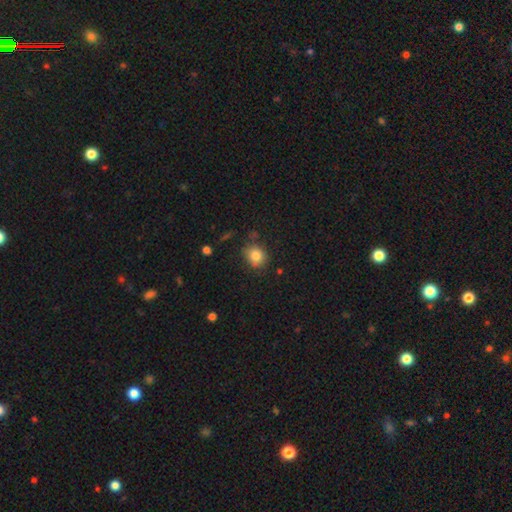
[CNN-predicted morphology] A smooth galaxy with no disk features (82%) that is round (73%).

Vote fractions:
- Smooth or featured? smooth: 82% / star or artifact: 10% / featured or disk: 8%
- How rounded? round: 73% / in between: 26% / cigar-shaped: 1%
- Merging? none: 76% / minor disturbance: 16% / major disturbance: 4% / merger: 4%